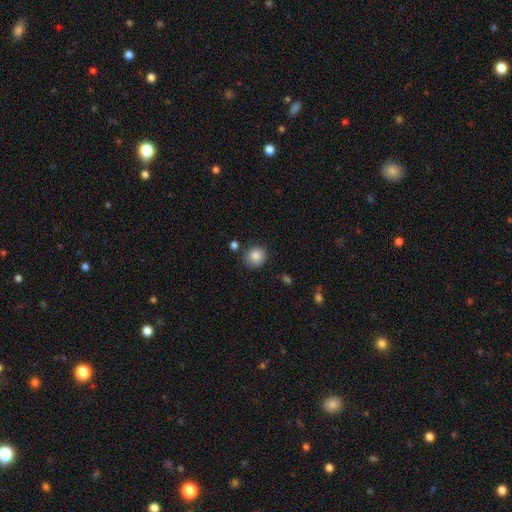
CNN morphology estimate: Smooth or featured: smooth — 84% (star or artifact — 9%)
How rounded: round — 82% (in between — 17%)
Merging: none — 81% (minor disturbance — 12%)